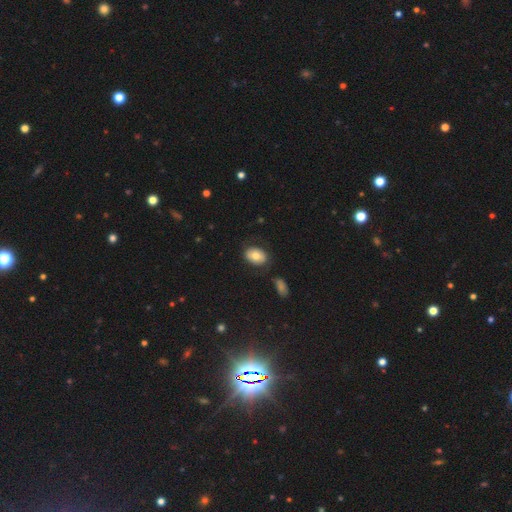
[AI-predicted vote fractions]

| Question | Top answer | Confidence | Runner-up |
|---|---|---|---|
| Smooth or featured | smooth | 74% | featured or disk (18%) |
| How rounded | in between | 78% | round (21%) |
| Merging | none | 75% | minor disturbance (14%) |